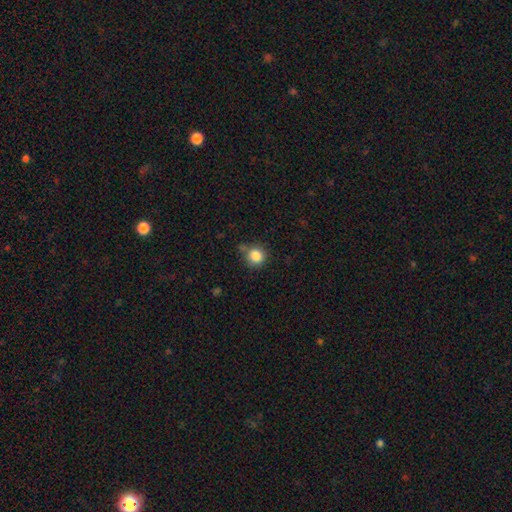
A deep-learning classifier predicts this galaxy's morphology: Smooth or featured? smooth (85%)
How rounded? round (90%)
Merging? none (70%)